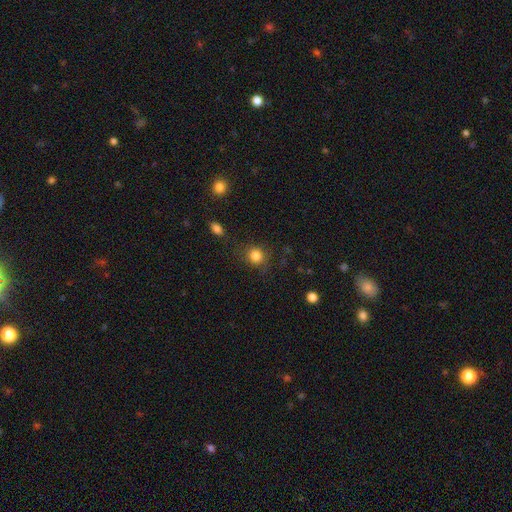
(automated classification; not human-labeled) Smooth or featured? Predicted: smooth (p=0.83). How rounded? Predicted: round (p=0.84). Merging? Predicted: none (p=0.80).